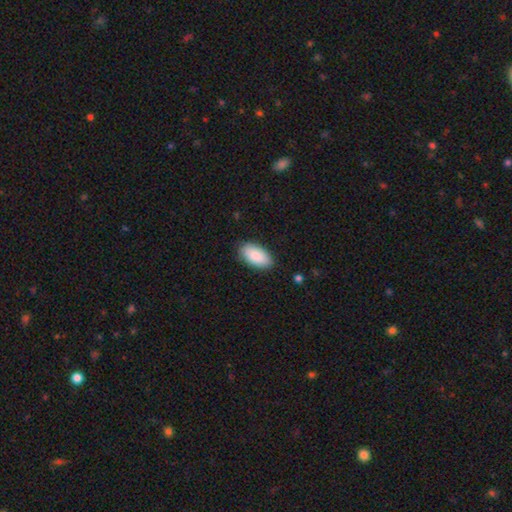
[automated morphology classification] Smooth or featured? Predicted: smooth (p=0.90). How rounded? Predicted: in between (p=0.95). Merging? Predicted: none (p=0.86).